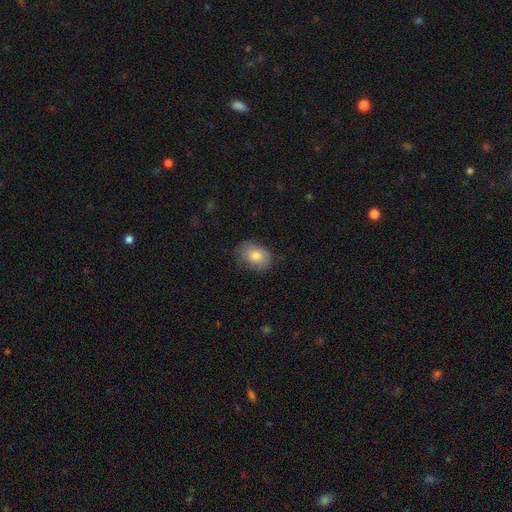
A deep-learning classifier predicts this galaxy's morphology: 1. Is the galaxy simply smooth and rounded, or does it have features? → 79% smooth, 14% featured or disk, 7% star or artifact.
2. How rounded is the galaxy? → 77% in between, 22% round, 1% cigar-shaped.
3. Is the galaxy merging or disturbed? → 78% none, 17% minor disturbance, 4% major disturbance, 1% merger.